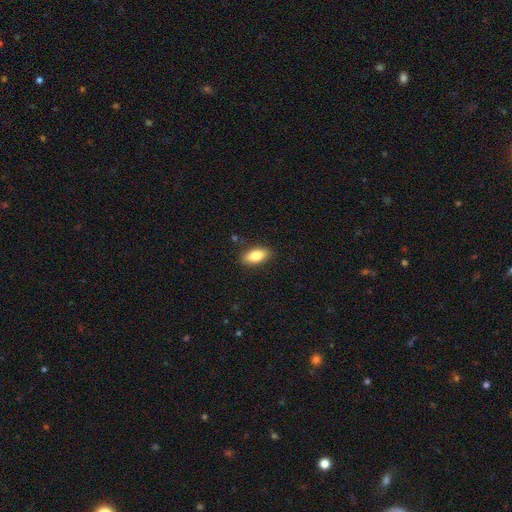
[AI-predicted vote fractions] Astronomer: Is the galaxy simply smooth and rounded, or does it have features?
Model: smooth — 80%.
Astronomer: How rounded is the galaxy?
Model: in between — 86%.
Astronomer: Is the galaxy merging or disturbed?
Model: none — 87%.